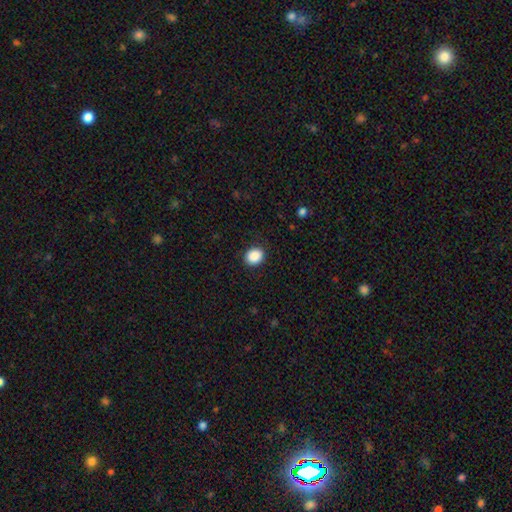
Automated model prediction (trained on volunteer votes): Overall: smooth (89%). How rounded: round (63%; in between 37%). Merging: none (90%).